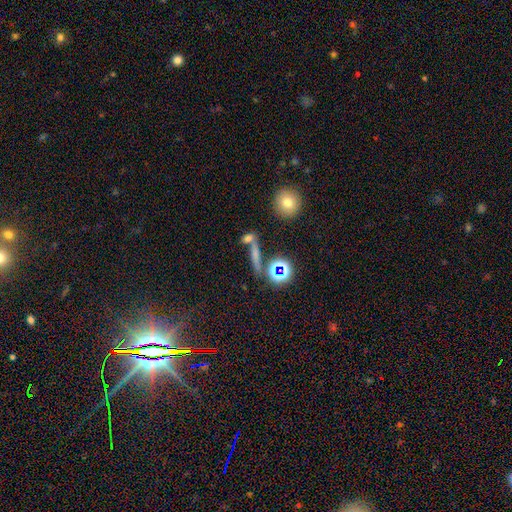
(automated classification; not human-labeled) A smooth galaxy with no disk features (51%) that is cigar-shaped (66%).

Vote fractions:
- Smooth or featured? smooth: 51% / star or artifact: 26% / featured or disk: 22%
- How rounded? cigar-shaped: 66% / in between: 20% / round: 14%
- Merging? none: 55% / merger: 28% / minor disturbance: 11% / major disturbance: 7%